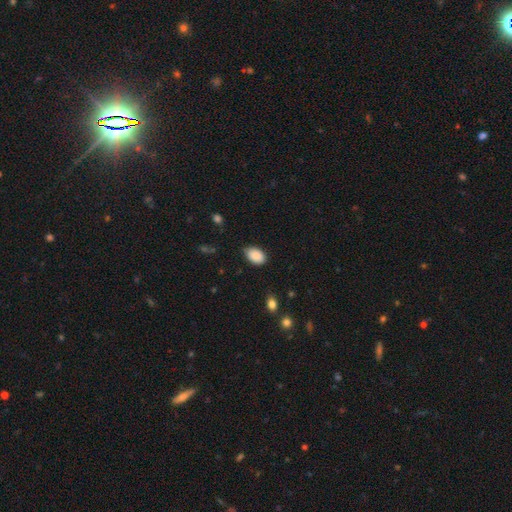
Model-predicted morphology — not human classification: smooth_or_featured: smooth (p=0.89) [alt: star or artifact p=0.07]
how_rounded: in between (p=0.89) [alt: round p=0.10]
merging: none (p=0.80) [alt: minor disturbance p=0.16]